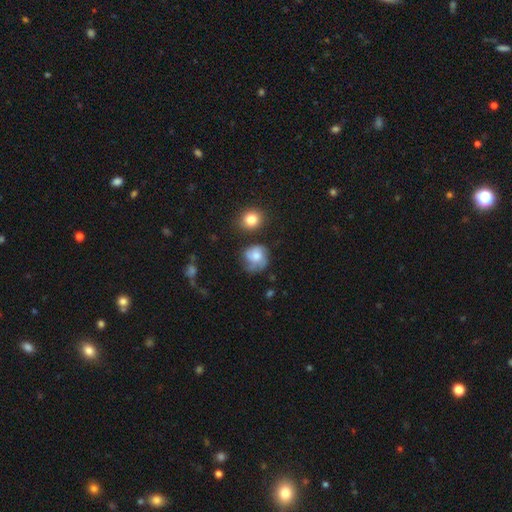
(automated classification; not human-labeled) A smooth galaxy with no disk features (47%). Merging: none (53%).